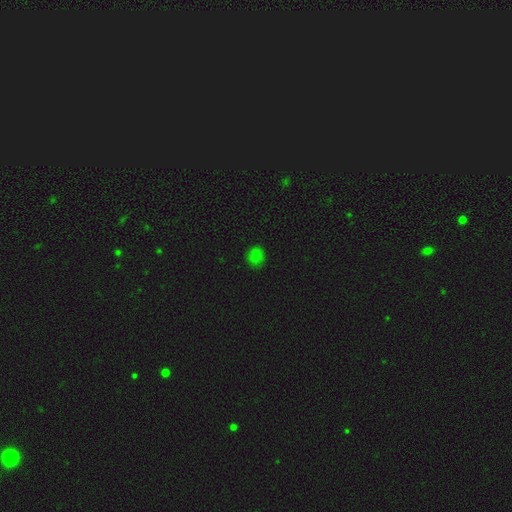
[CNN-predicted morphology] A smooth galaxy with no disk features (77%) that is round (79%). Merging: none (86%).